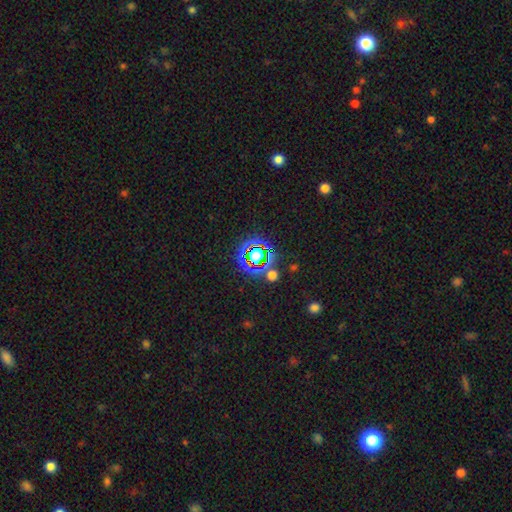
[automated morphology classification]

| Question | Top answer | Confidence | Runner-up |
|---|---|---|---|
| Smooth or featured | star or artifact | 67% | smooth (22%) |